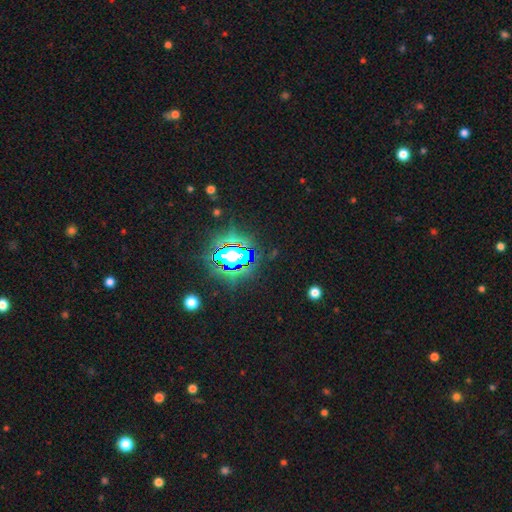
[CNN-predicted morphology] type=star or artifact (80%).